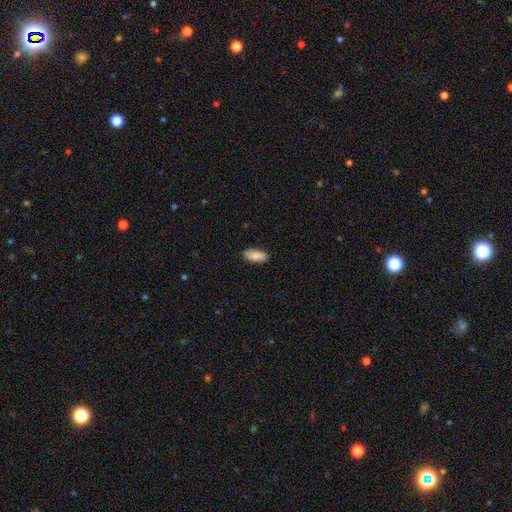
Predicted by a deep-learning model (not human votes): smooth-or-featured: smooth: 88% | featured or disk: 6% | star or artifact: 6%
  how-rounded: in between: 88% | cigar-shaped: 10% | round: 2%
  merging: none: 89% | minor disturbance: 8% | major disturbance: 2% | merger: 1%